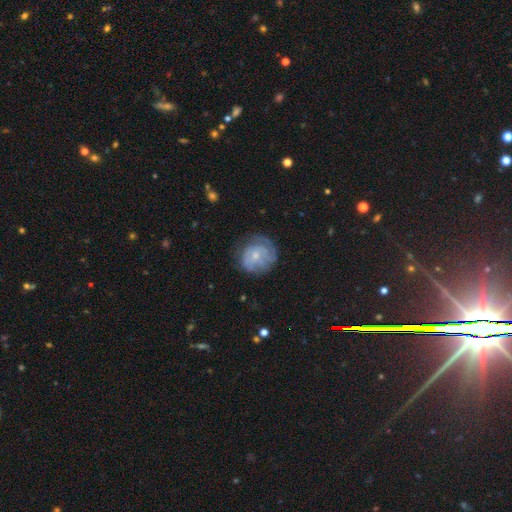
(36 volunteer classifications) Smooth or featured: featured or disk — 61% (smooth — 33%)
Edge-on disk: no — 100%
Bar: no — 86% (weak — 14%)
Spiral arms: yes — 64% (no — 36%)
Spiral winding: tight — 64% (medium — 21%)
Spiral arm count: can't tell — 57% (1 — 29%)
Bulge size: small — 64% (moderate — 32%)
Merging: none — 62% (minor disturbance — 21%)